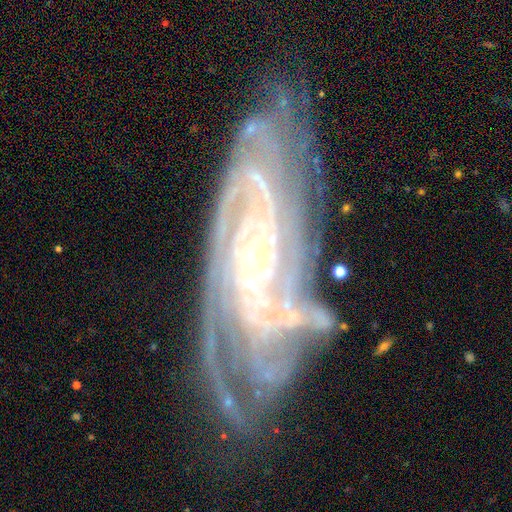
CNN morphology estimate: A featured or disk galaxy (90%) with no bar (61%), 4 (24%) tight (73%) spiral arms (98%) and a small central bulge (77%).

Vote fractions:
- Smooth or featured? featured or disk: 90% / star or artifact: 6% / smooth: 4%
- Edge-on disk? no: 92% / yes: 8%
- Bar? no: 61% / weak: 26% / strong: 13%
- Spiral arms? yes: 98% / no: 2%
- Spiral winding? tight: 73% / medium: 24% / loose: 4%
- Spiral arm count? 4: 24% / can't tell: 20% / 3: 20% / more than 4: 15% / 2: 14% / 1: 7%
- Bulge size? small: 77% / moderate: 18% / none: 2% / large: 1% / dominant: 1%
- Merging? none: 74% / minor disturbance: 18% / major disturbance: 6% / merger: 2%